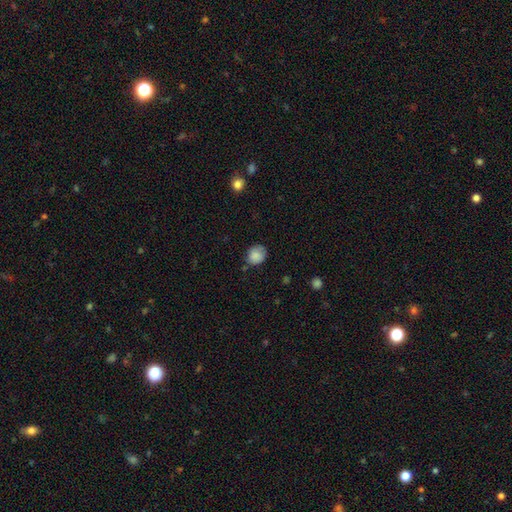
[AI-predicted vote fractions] Morphology: type=smooth (81%); roundness=round (68%); merging=none (65%).